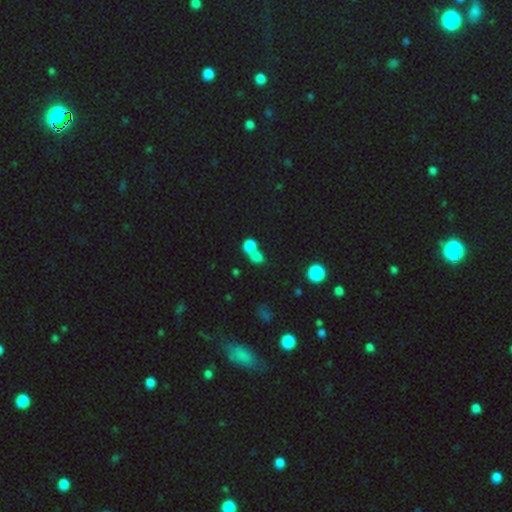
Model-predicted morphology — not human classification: smooth-or-featured: smooth: 77% | star or artifact: 13% | featured or disk: 9%
  how-rounded: round: 67% | in between: 32% | cigar-shaped: 2%
  merging: merger: 58% | none: 32% | minor disturbance: 6% | major disturbance: 4%